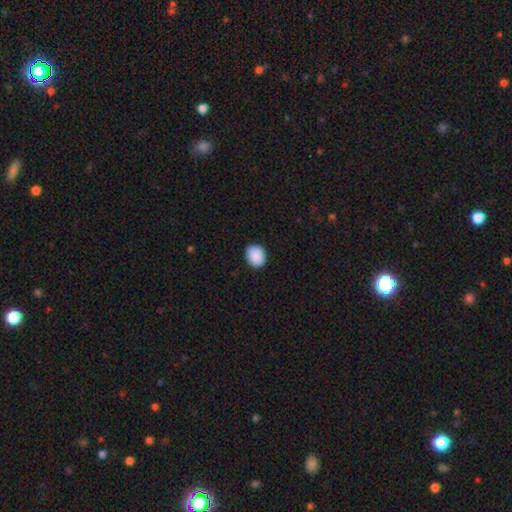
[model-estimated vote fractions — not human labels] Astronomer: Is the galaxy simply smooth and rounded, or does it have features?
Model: smooth — 90%.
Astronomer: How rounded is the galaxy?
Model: round — 56% (runner-up: in between, 43%).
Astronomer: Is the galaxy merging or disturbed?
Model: none — 87%.